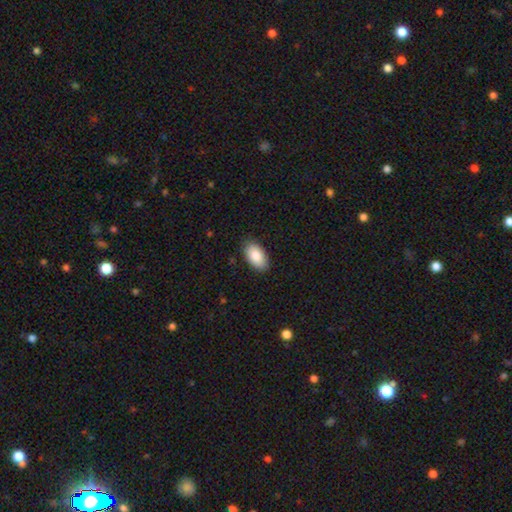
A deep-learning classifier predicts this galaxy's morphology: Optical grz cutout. It shows a smooth galaxy with no disk features (88%) that is in between round and cigar-shaped (95%). Merging: none (87%).